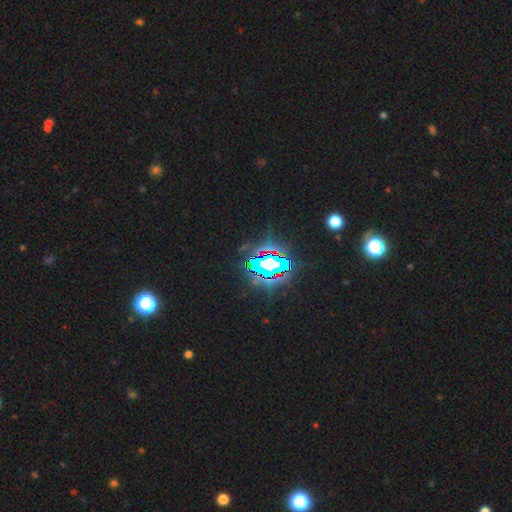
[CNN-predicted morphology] type=star or artifact (83%).